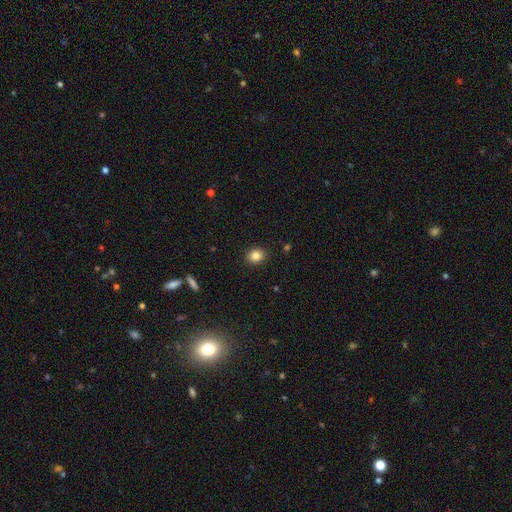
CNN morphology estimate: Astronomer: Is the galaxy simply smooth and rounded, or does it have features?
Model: smooth — 84%.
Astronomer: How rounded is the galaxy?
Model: round — 55% (runner-up: in between, 44%).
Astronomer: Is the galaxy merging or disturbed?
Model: none — 90%.